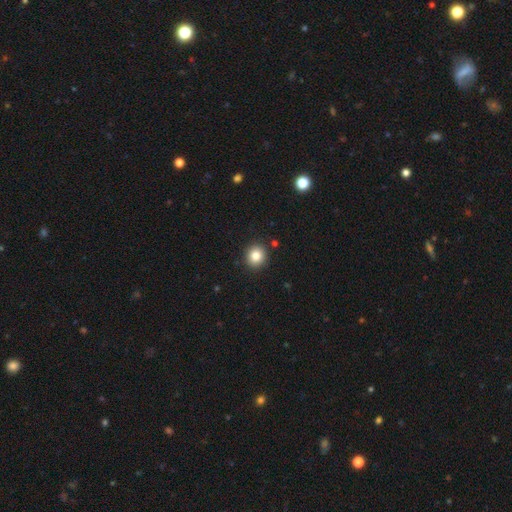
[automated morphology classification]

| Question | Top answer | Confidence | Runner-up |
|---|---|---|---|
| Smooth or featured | smooth | 83% | star or artifact (10%) |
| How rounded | round | 88% | in between (11%) |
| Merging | none | 90% | minor disturbance (6%) |